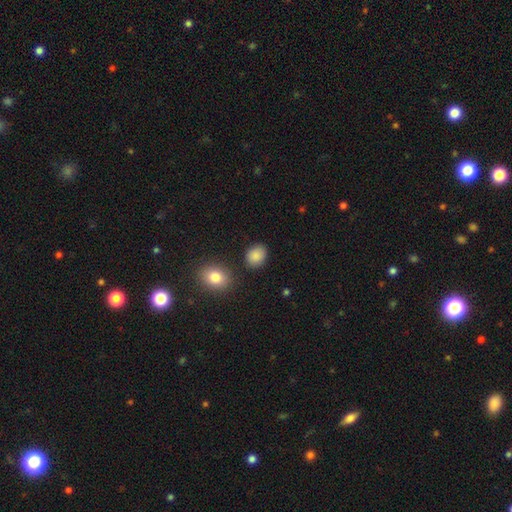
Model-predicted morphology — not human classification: This appears to be a smooth galaxy with no disk features (88%) that is round (51%). Merging: none (84%).